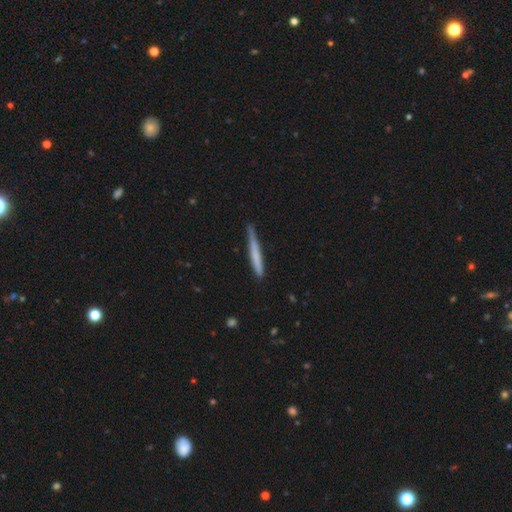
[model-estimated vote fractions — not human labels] A smooth galaxy with no disk features (65%) that is cigar-shaped (96%).

Vote fractions:
- Smooth or featured? smooth: 65% / featured or disk: 30% / star or artifact: 6%
- How rounded? cigar-shaped: 96% / in between: 2% / round: 1%
- Merging? none: 77% / minor disturbance: 19% / major disturbance: 3% / merger: 2%